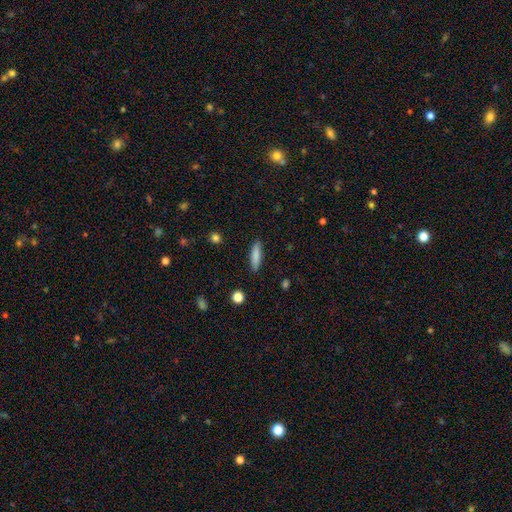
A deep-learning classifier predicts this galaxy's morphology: A smooth galaxy with no disk features (82%) that is cigar-shaped (73%). Merging: none (88%).